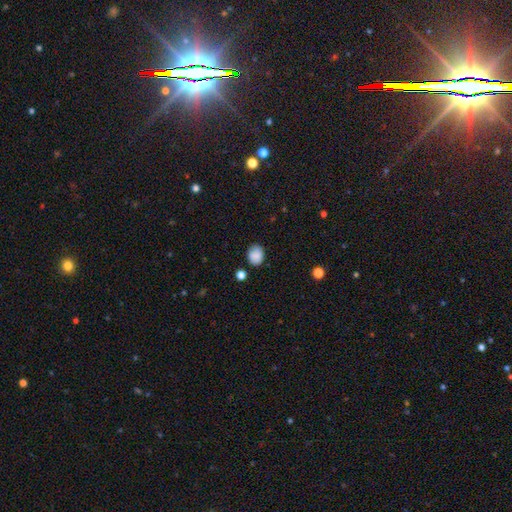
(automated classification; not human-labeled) This appears to be a smooth galaxy with no disk features (84%) that is round (50%). Merging: none (73%).